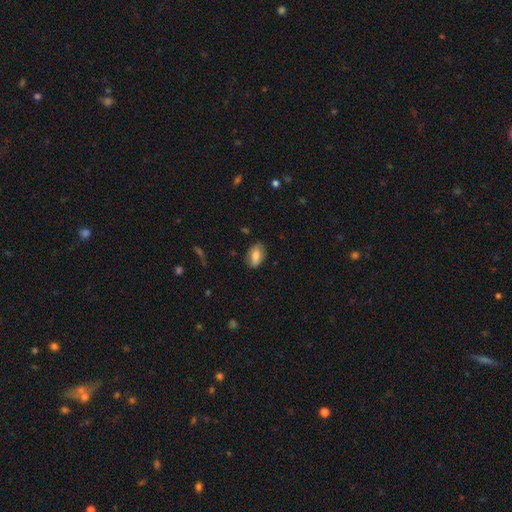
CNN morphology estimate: Smooth or featured: smooth — 74% (featured or disk — 18%)
How rounded: in between — 89% (round — 7%)
Merging: none — 80% (minor disturbance — 15%)